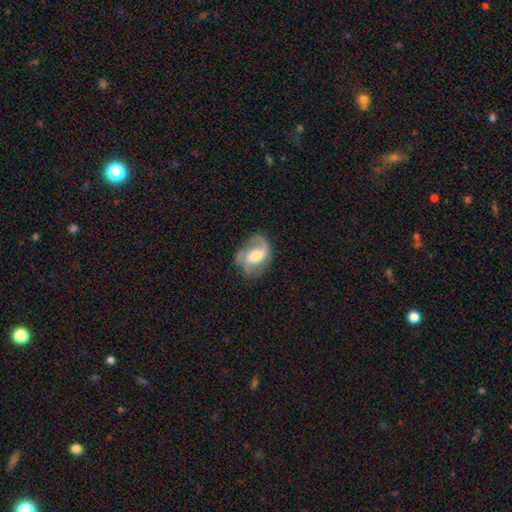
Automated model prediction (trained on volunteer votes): Smooth or featured? featured or disk (78%)
Edge-on disk? no (97%)
Bar? weak (44%)
Spiral arms? yes (93%)
Spiral winding? medium (48%)
Spiral arm count? 2 (64%)
Bulge size? moderate (59%)
Merging? none (68%)